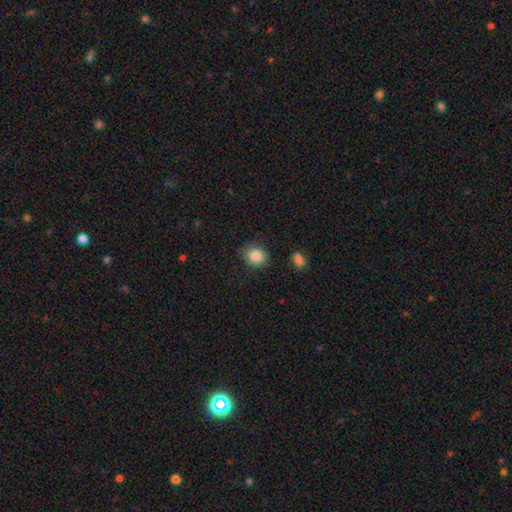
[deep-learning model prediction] This is clearly a smooth galaxy (86%). How rounded: likely round (75%). Merging: clearly none (83%).